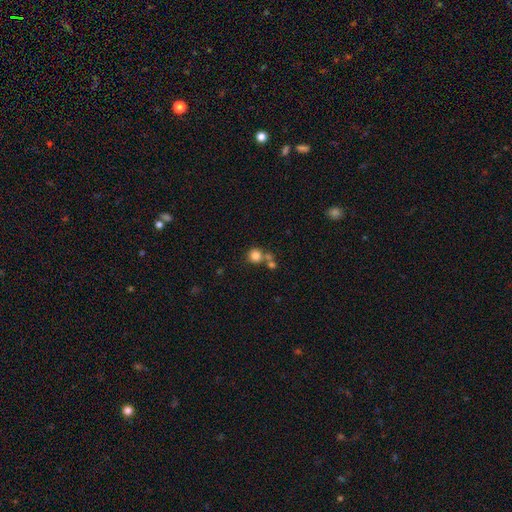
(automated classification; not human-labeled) A smooth galaxy with no disk features (81%) that is round (91%).

Vote fractions:
- Smooth or featured? smooth: 81% / star or artifact: 11% / featured or disk: 8%
- How rounded? round: 91% / in between: 8% / cigar-shaped: 1%
- Merging? none: 57% / merger: 31% / minor disturbance: 8% / major disturbance: 4%